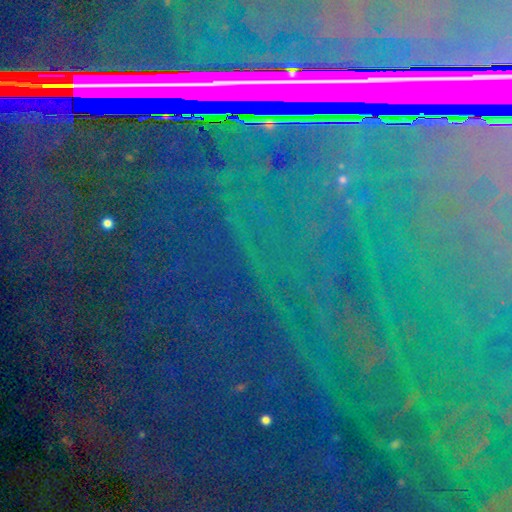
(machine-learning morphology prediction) Smooth or featured? star or artifact (87%)